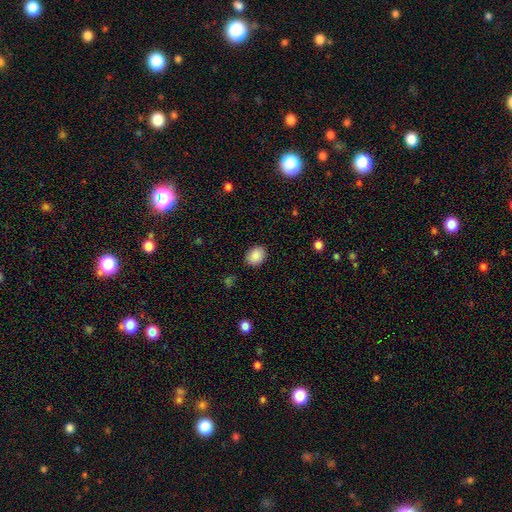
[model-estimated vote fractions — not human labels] Smooth or featured?
  - smooth: 89% *
  - star or artifact: 8%
  - featured or disk: 3%
How rounded?
  - in between: 55% *
  - round: 44%
  - cigar-shaped: 1%
Merging?
  - none: 87% *
  - minor disturbance: 10%
  - major disturbance: 3%
  - merger: 1%